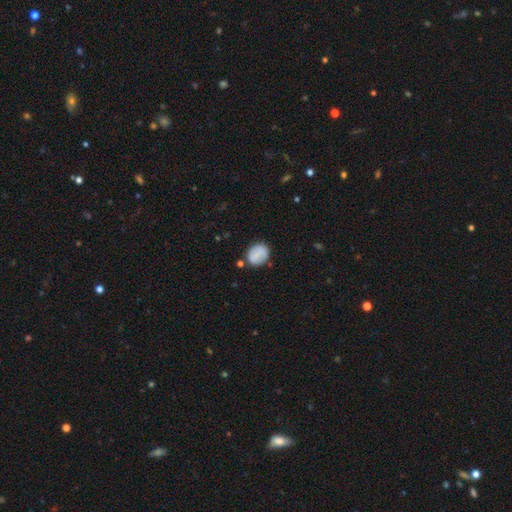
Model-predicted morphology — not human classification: smooth 69%, featured or disk 23%, star or artifact 8%. Down the decision tree: how rounded — round (68%); merging — none (76%).